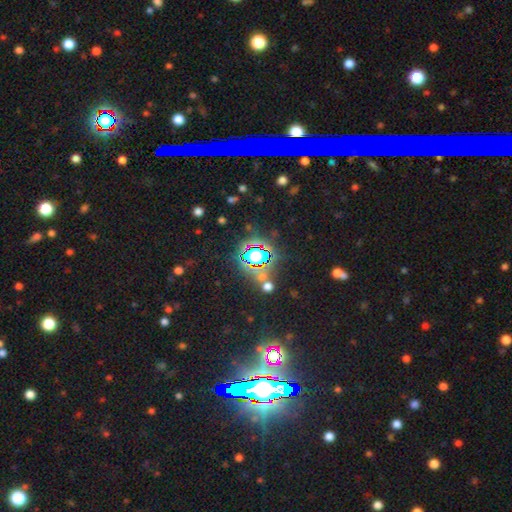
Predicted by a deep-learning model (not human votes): A star or artifact, not a galaxy (69%).